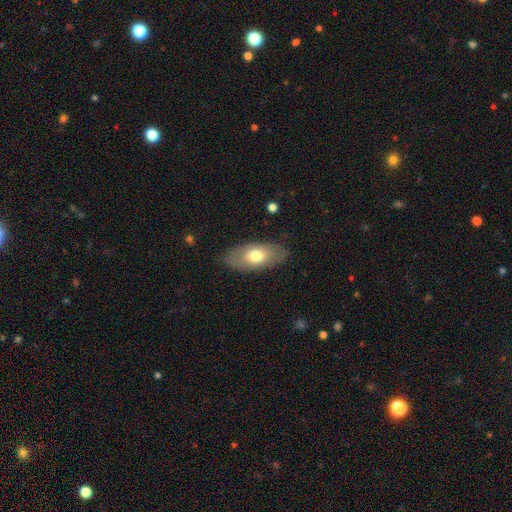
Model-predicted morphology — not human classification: Q: Smooth or featured?
A: smooth (63%); runner-up: featured or disk (31%)
Q: How rounded?
A: in between (91%); runner-up: cigar-shaped (5%)
Q: Merging?
A: none (83%); runner-up: minor disturbance (12%)